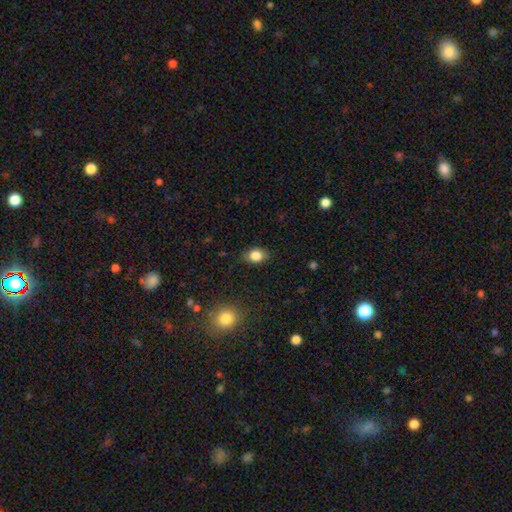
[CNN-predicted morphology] smooth-or-featured: smooth: 84% | star or artifact: 10% | featured or disk: 7%
  how-rounded: in between: 66% | round: 33% | cigar-shaped: 1%
  merging: none: 82% | minor disturbance: 13% | major disturbance: 3% | merger: 1%